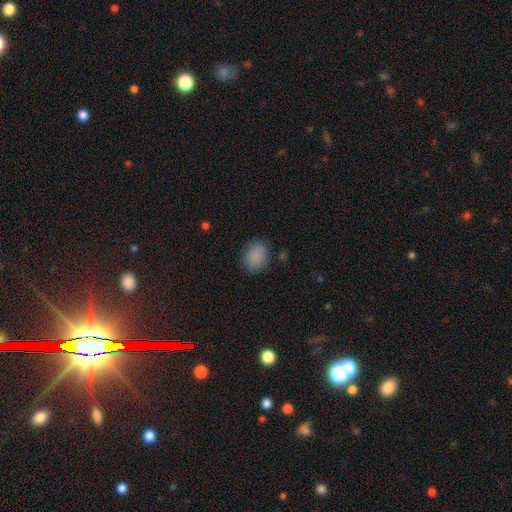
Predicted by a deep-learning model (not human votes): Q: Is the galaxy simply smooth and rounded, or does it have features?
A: smooth — 87%.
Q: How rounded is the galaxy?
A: in between — 54%.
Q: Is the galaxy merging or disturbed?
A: none — 83%.